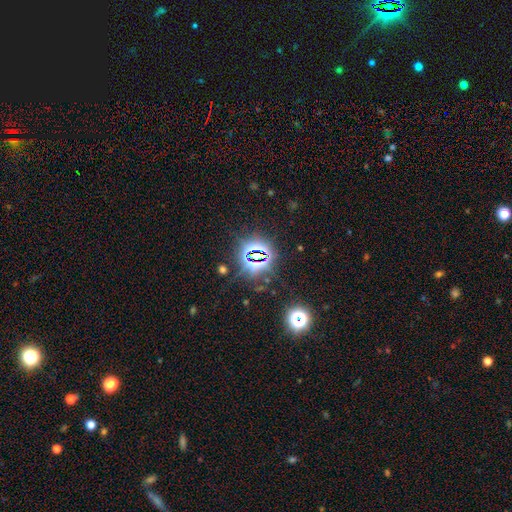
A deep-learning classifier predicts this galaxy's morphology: Smooth or featured: star or artifact — 78% (smooth — 14%)